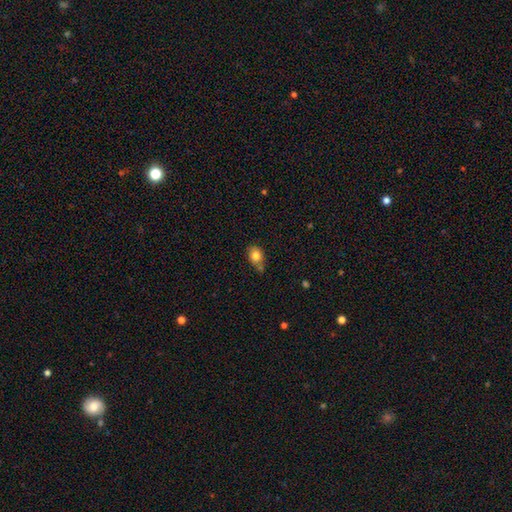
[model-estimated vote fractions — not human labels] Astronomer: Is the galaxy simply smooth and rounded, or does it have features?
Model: smooth — 80%.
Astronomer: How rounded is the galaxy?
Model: in between — 62%.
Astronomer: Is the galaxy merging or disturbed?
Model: none — 54%.